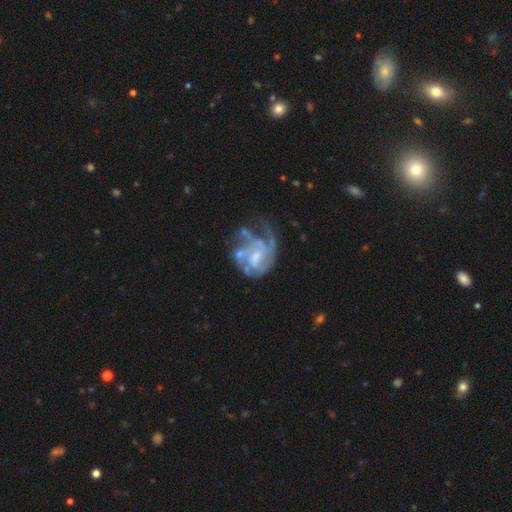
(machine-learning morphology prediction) Smooth or featured?
  - featured or disk: 80% *
  - smooth: 13%
  - star or artifact: 7%
Edge-on disk?
  - no: 98% *
  - yes: 2%
Bar?
  - no: 47% *
  - weak: 43%
  - strong: 10%
Spiral arms?
  - yes: 79% *
  - no: 21%
Spiral winding?
  - tight: 39% * (tied)
  - medium: 39% * (tied)
  - loose: 22%
Spiral arm count?
  - can't tell: 39% *
  - 2: 19%
  - 3: 18%
  - 1: 12%
  - 4: 7%
  - more than 4: 4%
Bulge size?
  - moderate: 38% *
  - small: 36%
  - none: 20%
  - large: 5%
  - dominant: 1%
Merging?
  - major disturbance: 40% *
  - none: 30%
  - minor disturbance: 21%
  - merger: 9%